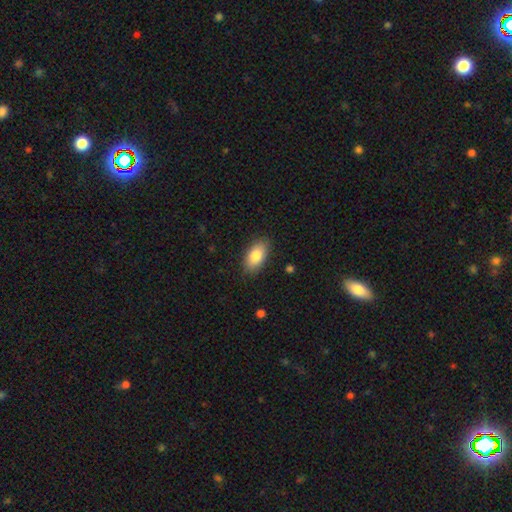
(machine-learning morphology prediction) A smooth galaxy with no disk features (83%) that is in between round and cigar-shaped (93%). Merging: none (86%).